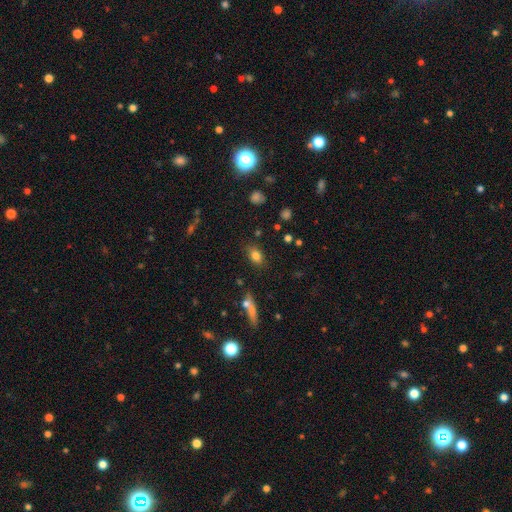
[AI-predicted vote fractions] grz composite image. It shows a smooth galaxy with no disk features (80%) that is in between round and cigar-shaped (78%). Merging: none (80%).